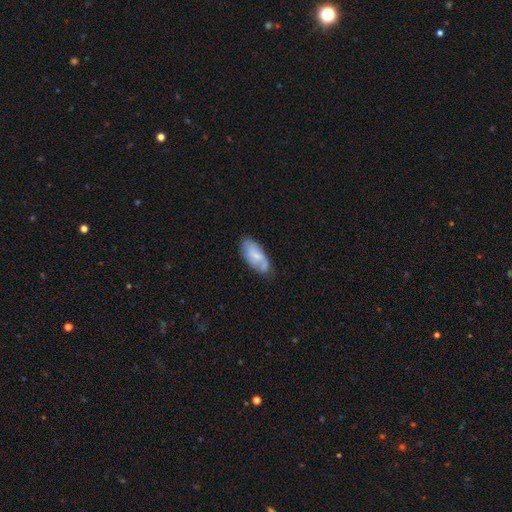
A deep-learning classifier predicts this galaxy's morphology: This appears to be a smooth galaxy with no disk features (54%) that is in between round and cigar-shaped (89%). Merging: none (61%).